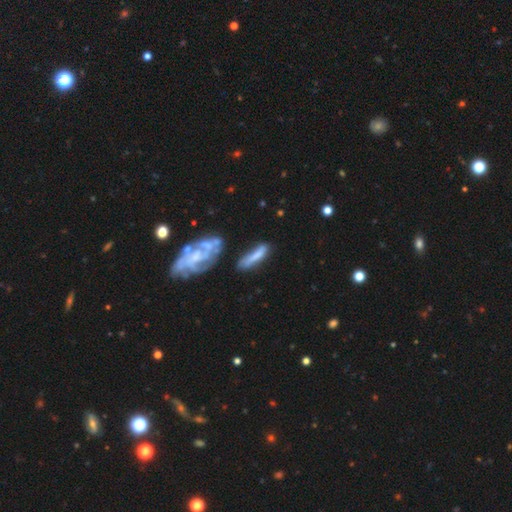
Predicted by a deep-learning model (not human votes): smooth_or_featured: smooth (p=0.57) [alt: featured or disk p=0.35]
how_rounded: cigar-shaped (p=0.72) [alt: in between p=0.26]
merging: none (p=0.51) [alt: minor disturbance p=0.26]